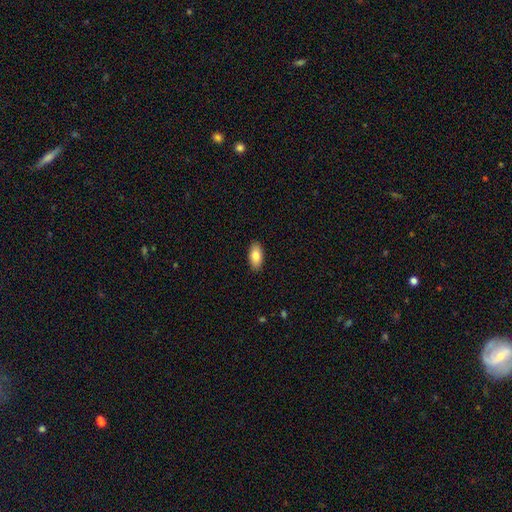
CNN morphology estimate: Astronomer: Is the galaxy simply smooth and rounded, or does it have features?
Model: smooth — 84%.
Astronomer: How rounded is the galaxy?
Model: in between — 91%.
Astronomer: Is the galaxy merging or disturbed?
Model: none — 89%.